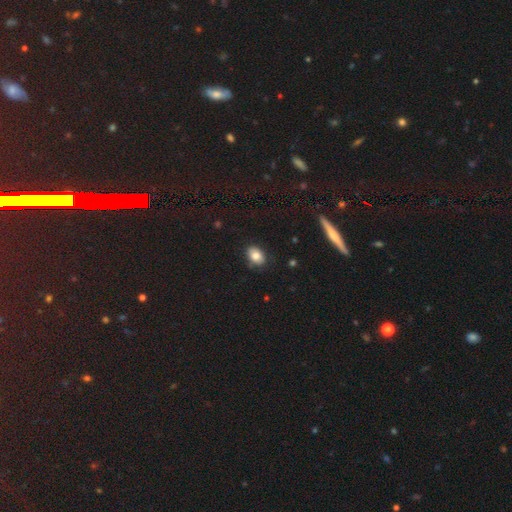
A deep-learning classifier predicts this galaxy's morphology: Smooth or featured? smooth (82%)
How rounded? in between (77%)
Merging? none (82%)